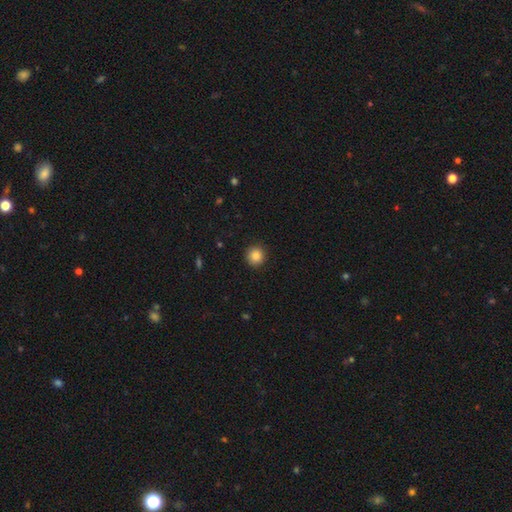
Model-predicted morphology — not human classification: smooth_or_featured: smooth (p=0.86) [alt: star or artifact p=0.10]
how_rounded: round (p=0.94) [alt: in between p=0.05]
merging: none (p=0.92) [alt: minor disturbance p=0.05]